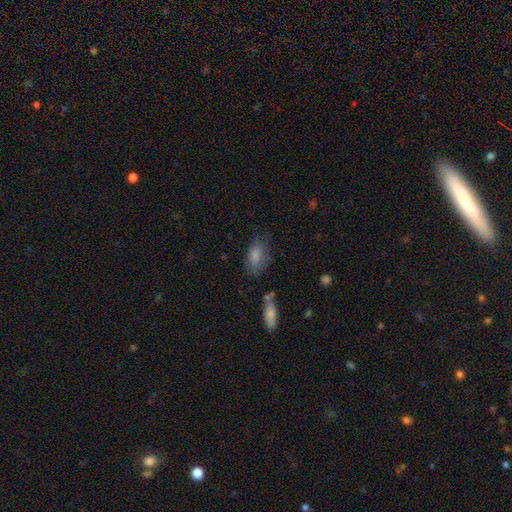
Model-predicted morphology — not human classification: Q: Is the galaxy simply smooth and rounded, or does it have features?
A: smooth — 82%.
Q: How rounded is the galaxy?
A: in between — 90%.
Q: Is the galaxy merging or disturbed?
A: none — 60%.